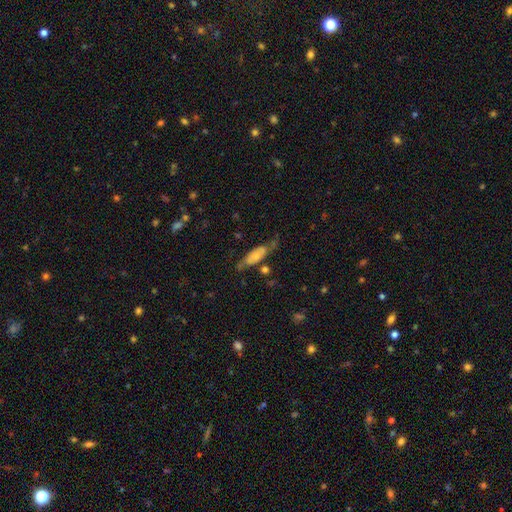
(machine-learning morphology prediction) smooth_or_featured: smooth (p=0.51) [alt: featured or disk p=0.42]
how_rounded: in between (p=0.64) [alt: cigar-shaped p=0.33]
merging: none (p=0.55) [alt: minor disturbance p=0.27]